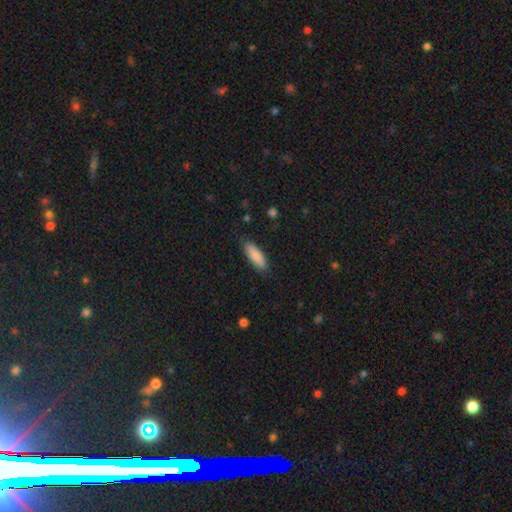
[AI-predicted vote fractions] Smooth or featured?
  - smooth: 86% *
  - featured or disk: 8%
  - star or artifact: 6%
How rounded?
  - in between: 57% *
  - cigar-shaped: 42%
  - round: 2%
Merging?
  - none: 85% *
  - minor disturbance: 11%
  - major disturbance: 2%
  - merger: 1%